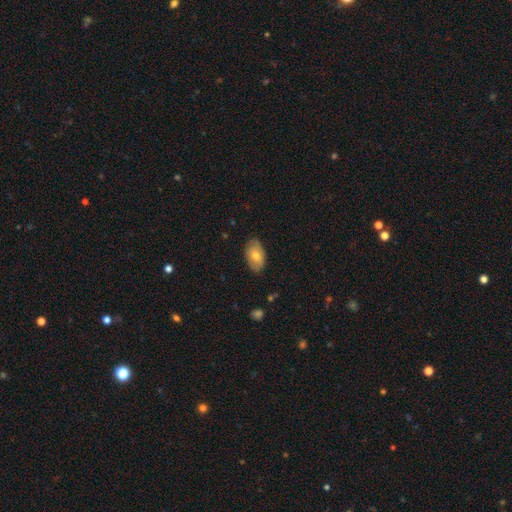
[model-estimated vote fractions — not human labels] This appears to be a smooth galaxy with no disk features (63%) that is in between round and cigar-shaped (92%). Merging: none (79%).